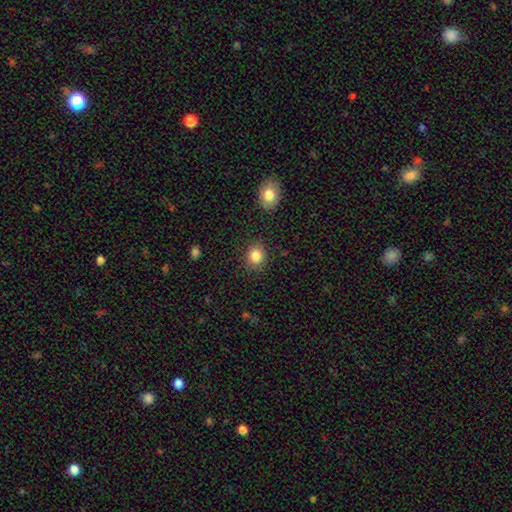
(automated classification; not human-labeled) This is clearly a smooth galaxy (85%). How rounded: likely round (78%). Merging: clearly none (87%).